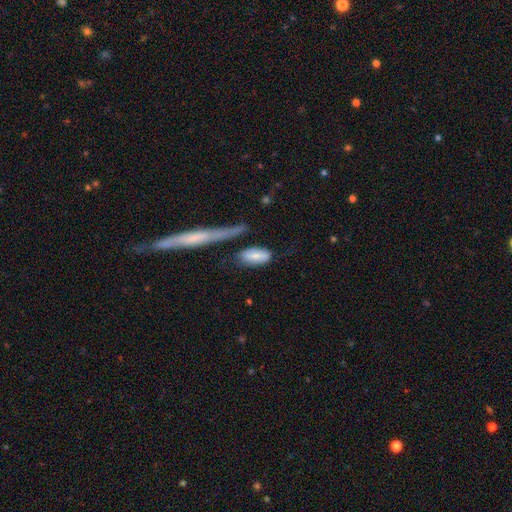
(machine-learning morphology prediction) A smooth galaxy with no disk features (73%) that is in between round and cigar-shaped (84%). Merging: none (61%).